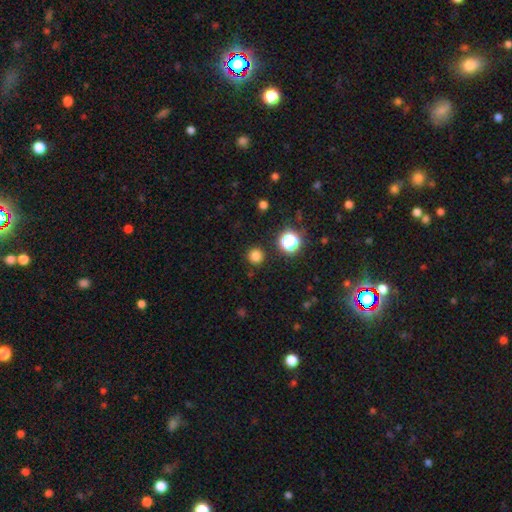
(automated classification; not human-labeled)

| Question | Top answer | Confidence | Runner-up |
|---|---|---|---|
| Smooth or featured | smooth | 79% | star or artifact (17%) |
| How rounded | round | 95% | in between (4%) |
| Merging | none | 90% | minor disturbance (6%) |